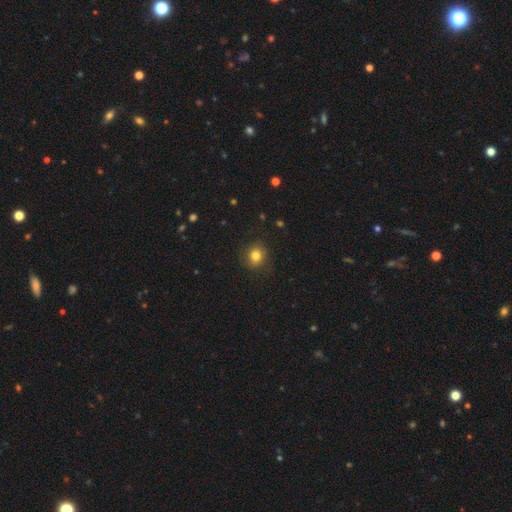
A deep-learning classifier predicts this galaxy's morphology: smooth-or-featured: smooth: 80% | star or artifact: 12% | featured or disk: 8%
  how-rounded: round: 79% | in between: 20% | cigar-shaped: 1%
  merging: none: 84% | minor disturbance: 11% | major disturbance: 4% | merger: 1%